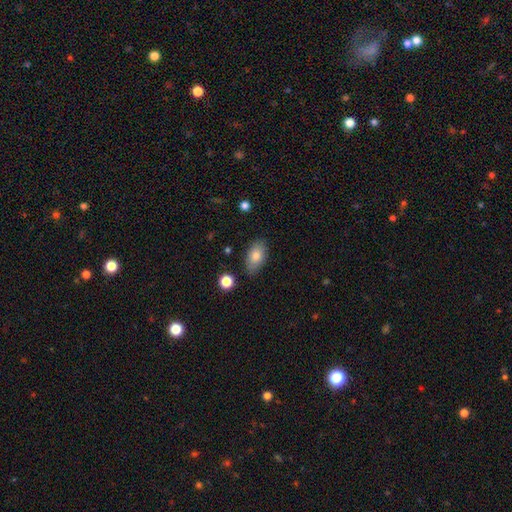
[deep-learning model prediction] Smooth or featured: smooth — 80% (featured or disk — 12%)
How rounded: in between — 90% (round — 7%)
Merging: none — 79% (minor disturbance — 16%)